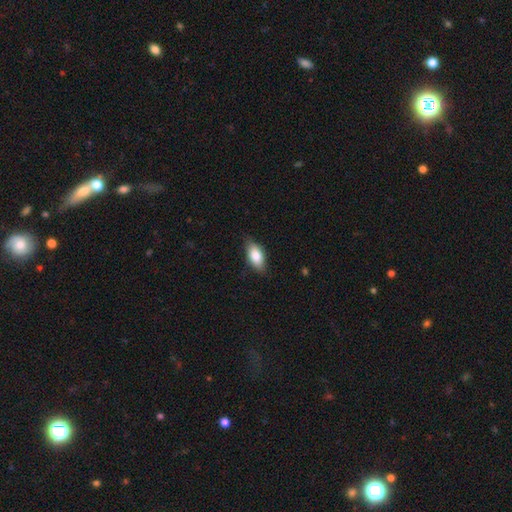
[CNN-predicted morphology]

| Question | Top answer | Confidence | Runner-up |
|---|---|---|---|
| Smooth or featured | smooth | 82% | featured or disk (12%) |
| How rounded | in between | 89% | cigar-shaped (7%) |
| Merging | none | 79% | minor disturbance (17%) |